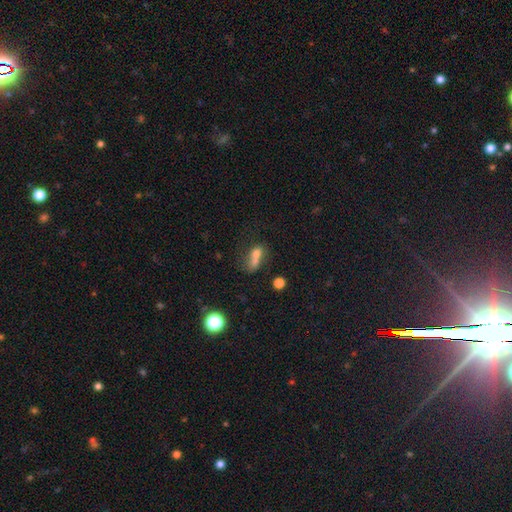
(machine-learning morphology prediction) The model was most divided on "how rounded": in between: 61%, round: 32%, cigar-shaped: 8%. More confident: smooth or featured — smooth (67%); merging — merger (58%).